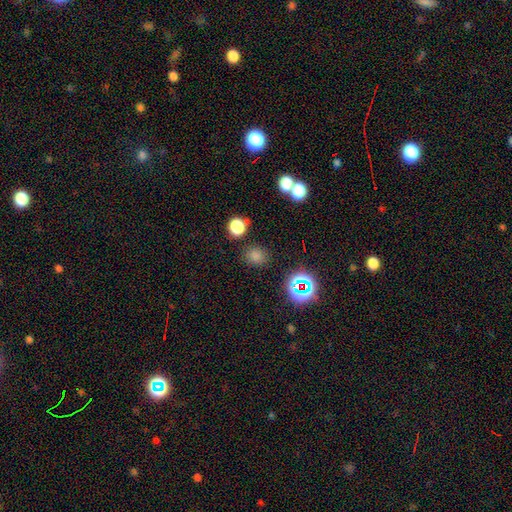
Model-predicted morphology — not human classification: A smooth galaxy with no disk features (73%) that is round (75%).

Vote fractions:
- Smooth or featured? smooth: 73% / star or artifact: 22% / featured or disk: 5%
- How rounded? round: 75% / in between: 24% / cigar-shaped: 1%
- Merging? none: 83% / minor disturbance: 10% / merger: 4% / major disturbance: 4%